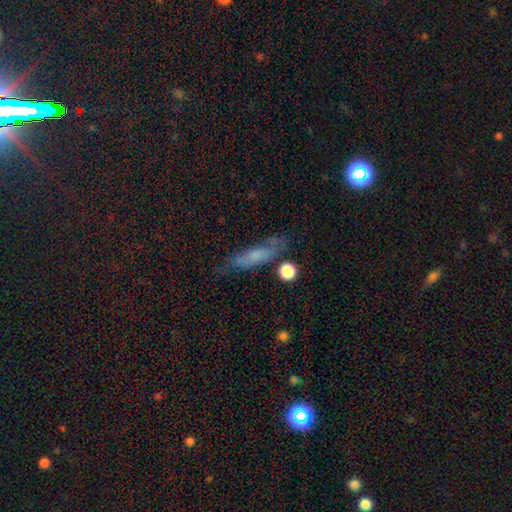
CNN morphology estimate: smooth_or_featured: smooth (p=0.51) [alt: featured or disk p=0.35]
how_rounded: cigar-shaped (p=0.66) [alt: in between p=0.29]
merging: none (p=0.65) [alt: minor disturbance p=0.21]